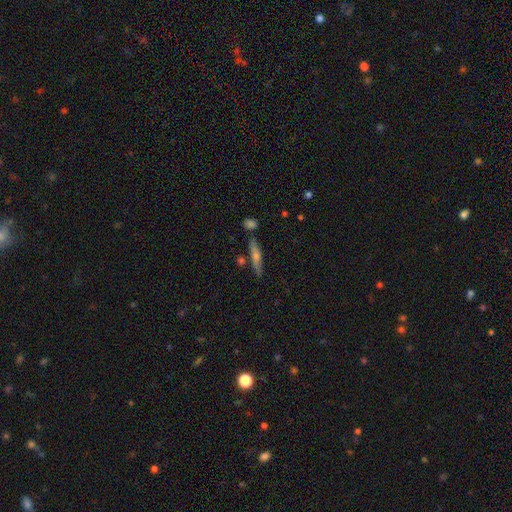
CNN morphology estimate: A featured or disk galaxy (52%) viewed edge-on (90%).

Vote fractions:
- Smooth or featured? featured or disk: 52% / smooth: 36% / star or artifact: 12%
- Edge-on disk? yes: 90% / no: 10%
- Merging? none: 78% / minor disturbance: 11% / merger: 8% / major disturbance: 3%